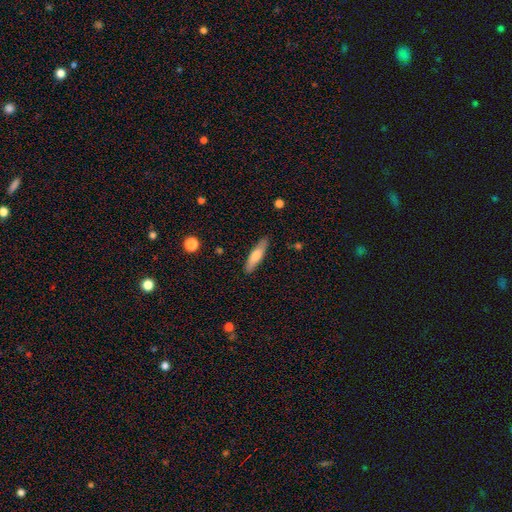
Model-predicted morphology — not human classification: Smooth or featured?
  - smooth: 68% *
  - featured or disk: 26%
  - star or artifact: 6%
How rounded?
  - cigar-shaped: 72% *
  - in between: 26%
  - round: 2%
Merging?
  - none: 88% *
  - minor disturbance: 9%
  - major disturbance: 2%
  - merger: 1%